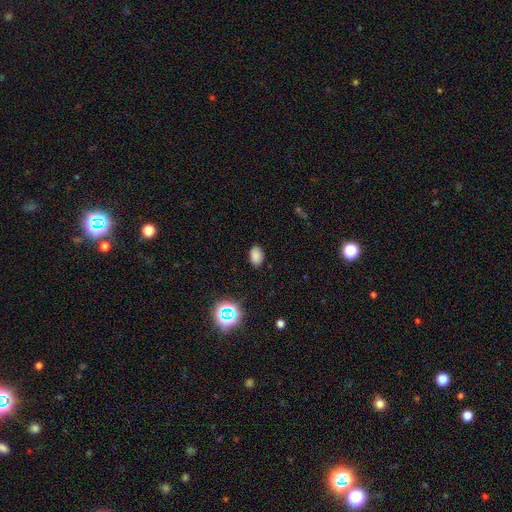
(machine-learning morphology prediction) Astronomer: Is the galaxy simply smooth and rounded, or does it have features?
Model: smooth — 80%.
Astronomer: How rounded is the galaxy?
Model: in between — 86%.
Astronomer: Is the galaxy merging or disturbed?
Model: none — 85%.